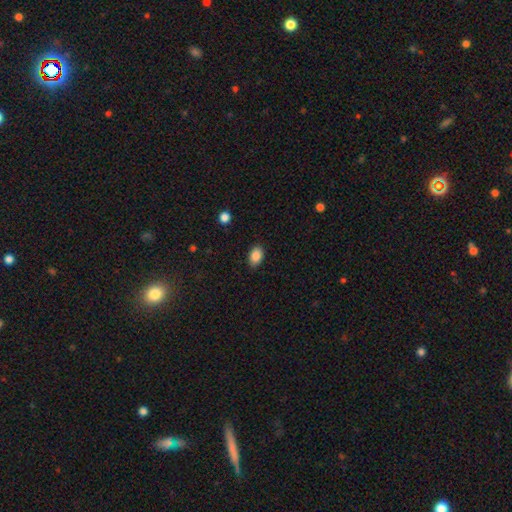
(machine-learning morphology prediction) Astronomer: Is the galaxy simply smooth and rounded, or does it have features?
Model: smooth — 87%.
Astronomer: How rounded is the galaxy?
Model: in between — 84%.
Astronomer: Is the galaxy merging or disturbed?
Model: none — 86%.